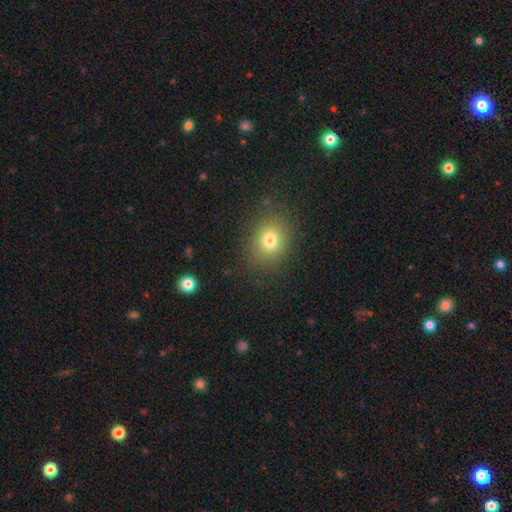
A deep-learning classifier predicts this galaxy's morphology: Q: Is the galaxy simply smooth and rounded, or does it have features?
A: smooth — 73%.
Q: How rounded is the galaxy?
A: round — 57%.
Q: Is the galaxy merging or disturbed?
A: none — 89%.